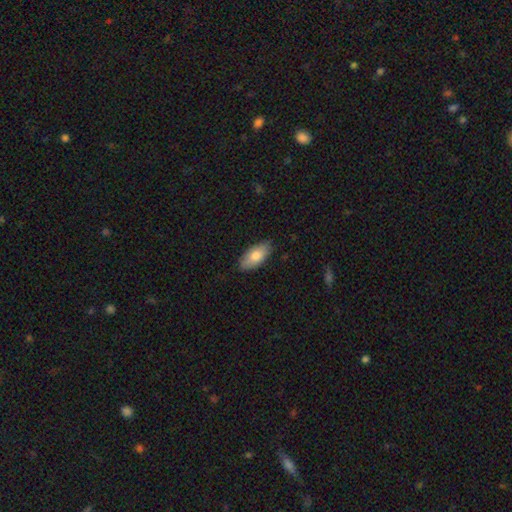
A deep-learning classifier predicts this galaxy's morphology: This appears to be a smooth galaxy with no disk features (78%) that is in between round and cigar-shaped (90%). Merging: none (85%).